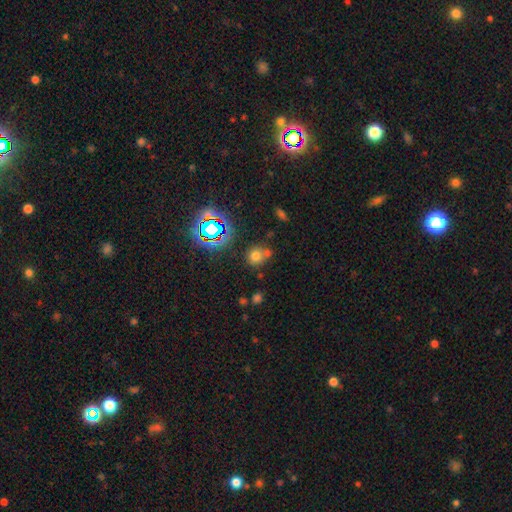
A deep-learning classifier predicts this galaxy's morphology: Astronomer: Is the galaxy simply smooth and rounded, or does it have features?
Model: smooth — 66%.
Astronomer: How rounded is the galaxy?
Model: round — 79%.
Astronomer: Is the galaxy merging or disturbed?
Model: none — 57%.